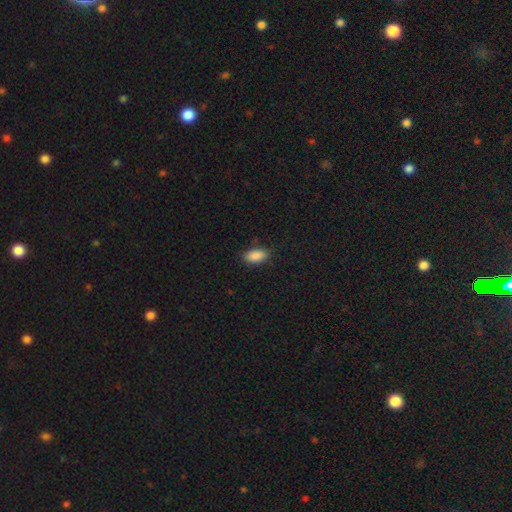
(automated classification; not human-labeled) A smooth galaxy with no disk features (89%) that is in between round and cigar-shaped (92%).

Vote fractions:
- Smooth or featured? smooth: 89% / star or artifact: 7% / featured or disk: 3%
- How rounded? in between: 92% / round: 4% / cigar-shaped: 4%
- Merging? none: 84% / minor disturbance: 12% / major disturbance: 3% / merger: 1%